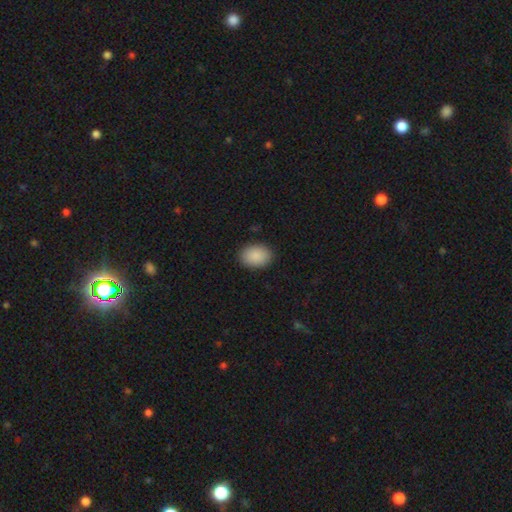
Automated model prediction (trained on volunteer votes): This appears to be a smooth galaxy with no disk features (90%) that is in between round and cigar-shaped (71%). Merging: none (89%).